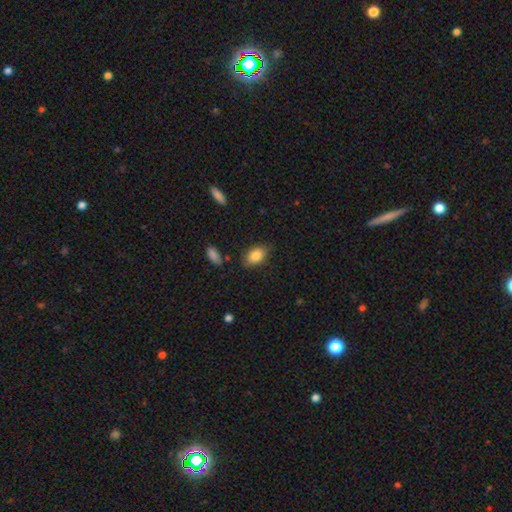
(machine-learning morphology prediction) Smooth or featured?
  - smooth: 83% *
  - featured or disk: 9%
  - star or artifact: 8%
How rounded?
  - in between: 87% *
  - round: 11%
  - cigar-shaped: 3%
Merging?
  - none: 80% *
  - minor disturbance: 15%
  - major disturbance: 3%
  - merger: 2%